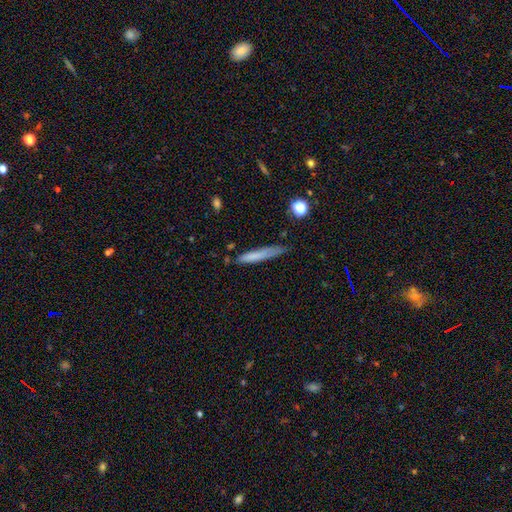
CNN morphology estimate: Smooth or featured? Predicted: smooth (p=0.72). How rounded? Predicted: cigar-shaped (p=0.93). Merging? Predicted: none (p=0.64).